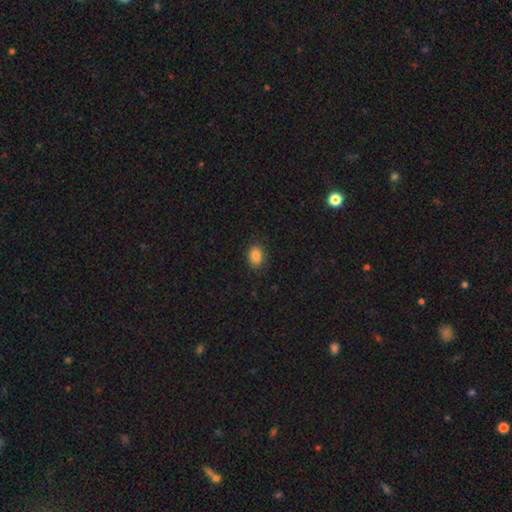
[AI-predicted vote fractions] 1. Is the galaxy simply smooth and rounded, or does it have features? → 86% smooth, 9% star or artifact, 5% featured or disk.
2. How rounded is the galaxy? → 71% in between, 28% round, 1% cigar-shaped.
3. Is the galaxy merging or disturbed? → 86% none, 11% minor disturbance, 3% major disturbance, 1% merger.